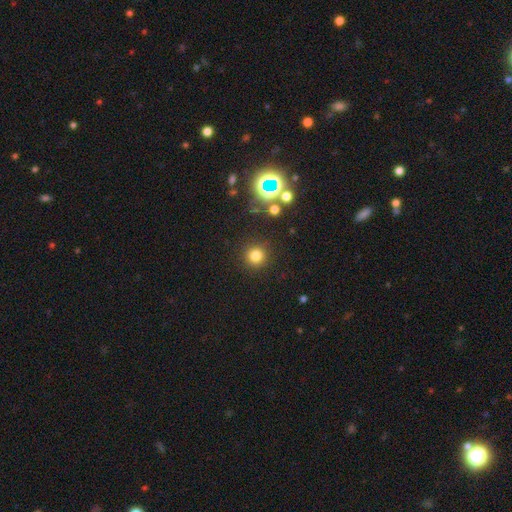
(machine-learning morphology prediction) Overall: smooth (76%). How rounded: round (94%). Merging: none (89%).